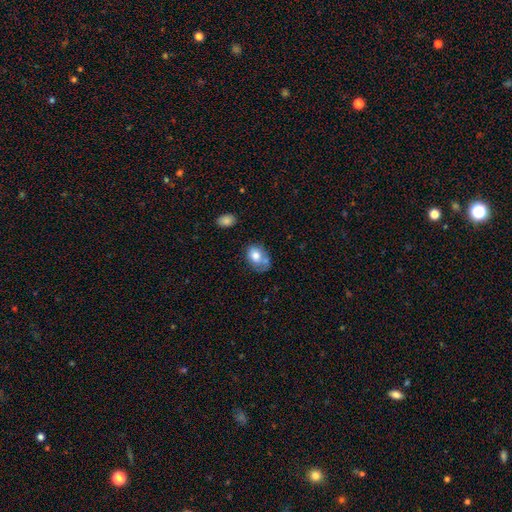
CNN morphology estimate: Overall: smooth (73%). How rounded: in between (68%; round 31%). Merging: none (35%; minor disturbance 28%).